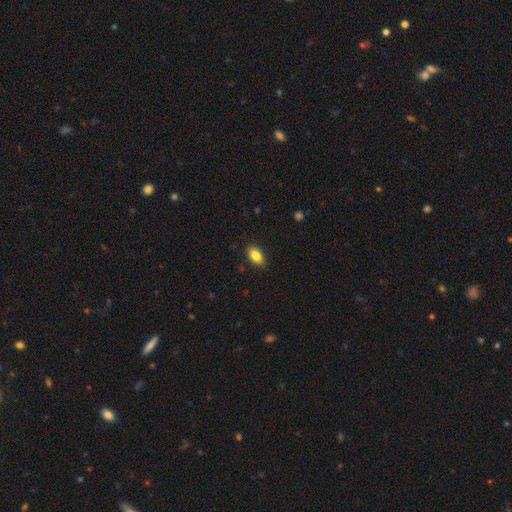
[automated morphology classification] Overall: smooth (84%). How rounded: in between (90%). Merging: none (88%).